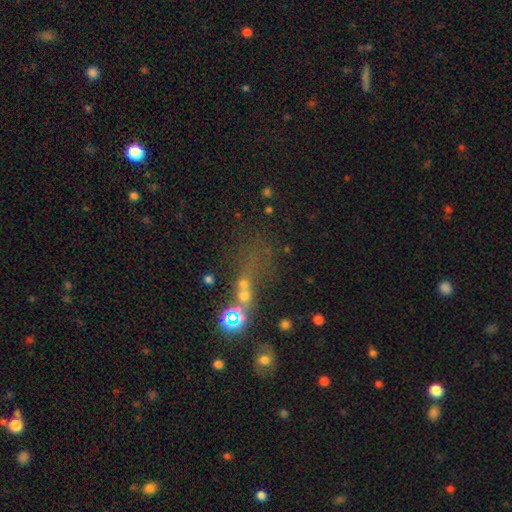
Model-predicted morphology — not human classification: This is marginally a star or artifact rather than a galaxy (39%).